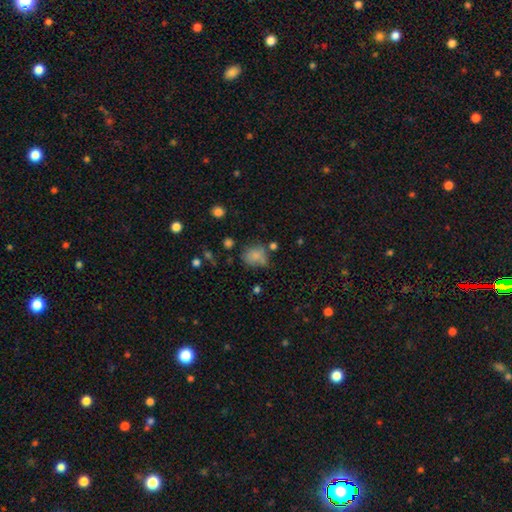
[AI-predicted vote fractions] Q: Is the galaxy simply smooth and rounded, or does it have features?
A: smooth — 74%.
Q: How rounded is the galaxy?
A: round — 60%.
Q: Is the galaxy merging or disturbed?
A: none — 44%.